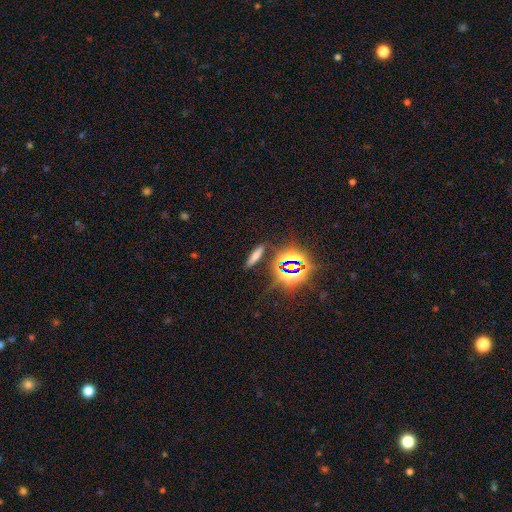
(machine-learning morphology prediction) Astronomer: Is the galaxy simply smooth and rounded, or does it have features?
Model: smooth — 56%.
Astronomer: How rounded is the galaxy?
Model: cigar-shaped — 72%.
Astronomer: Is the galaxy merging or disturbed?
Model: none — 84%.